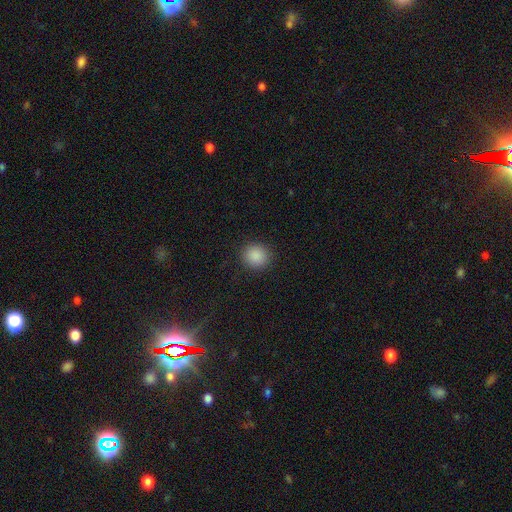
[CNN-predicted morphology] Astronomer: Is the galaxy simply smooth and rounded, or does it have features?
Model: smooth — 88%.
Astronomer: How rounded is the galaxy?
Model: round — 88%.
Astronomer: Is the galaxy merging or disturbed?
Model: none — 90%.